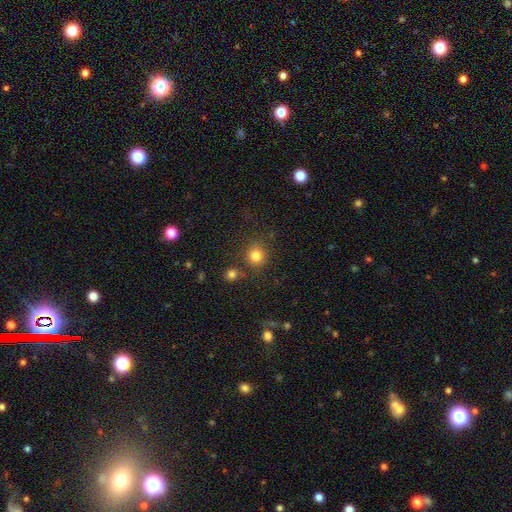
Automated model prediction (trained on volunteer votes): A smooth galaxy with no disk features (81%) that is round (89%). Merging: none (78%).